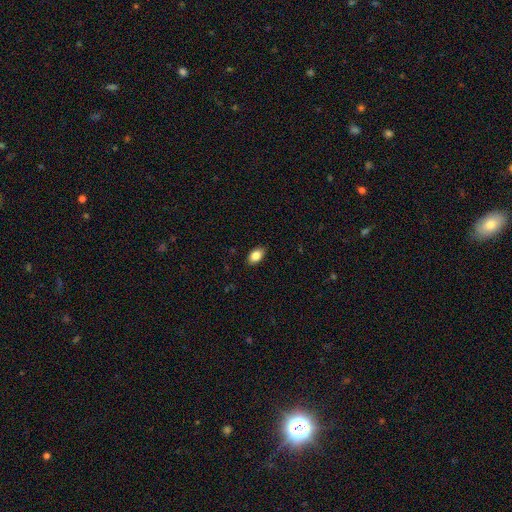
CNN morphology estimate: smooth_or_featured: smooth (p=0.85) [alt: star or artifact p=0.08]
how_rounded: in between (p=0.90) [alt: round p=0.08]
merging: none (p=0.88) [alt: minor disturbance p=0.09]